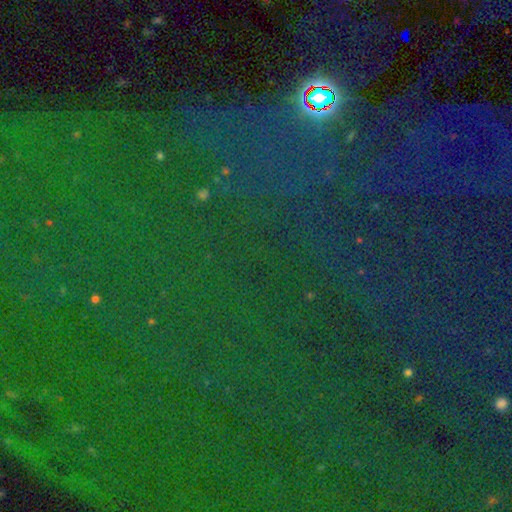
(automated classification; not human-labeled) A star or artifact, not a galaxy (80%).